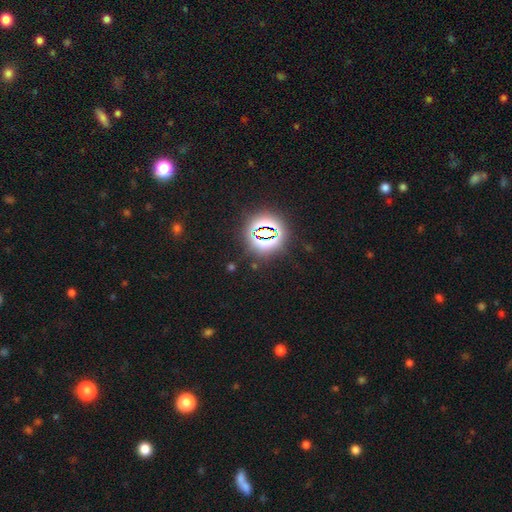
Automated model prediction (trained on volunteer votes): Smooth or featured? Predicted: star or artifact (p=0.81).